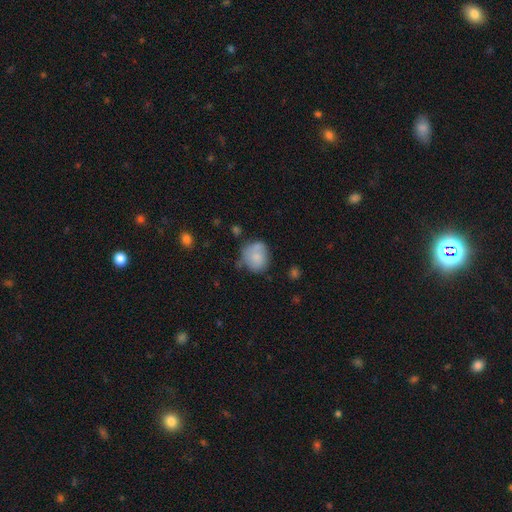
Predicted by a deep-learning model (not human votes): Morphology: type=smooth (75%); roundness=round (72%); merging=none (52%).